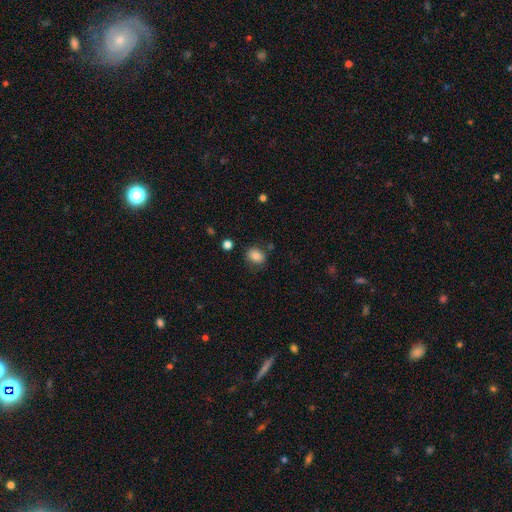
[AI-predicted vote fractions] Smooth or featured?
  - smooth: 83% *
  - star or artifact: 10%
  - featured or disk: 7%
How rounded?
  - round: 51% *
  - in between: 48%
  - cigar-shaped: 1%
Merging?
  - none: 77% *
  - minor disturbance: 15%
  - major disturbance: 4%
  - merger: 4%